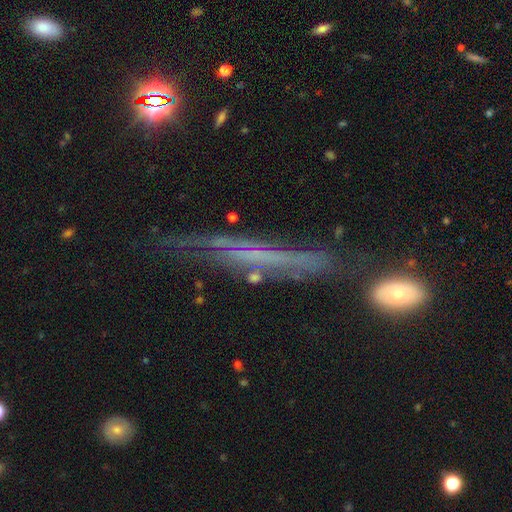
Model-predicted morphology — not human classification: Smooth or featured? Predicted: featured or disk (p=0.68). Edge-on disk? Predicted: yes (p=0.79). Edge-on bulge? Predicted: none (p=0.78). Merging? Predicted: none (p=0.61).